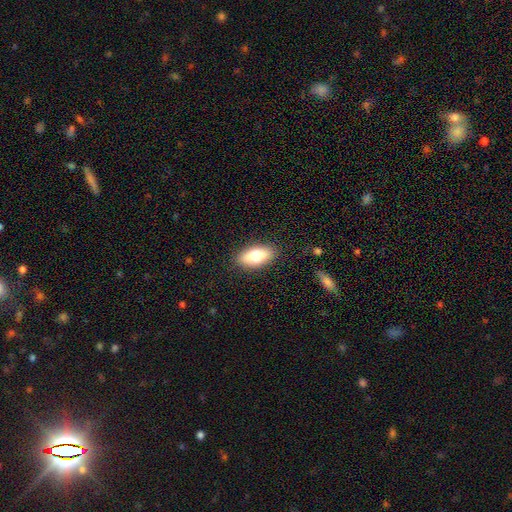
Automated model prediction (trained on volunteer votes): A smooth galaxy with no disk features (75%) that is in between round and cigar-shaped (86%).

Vote fractions:
- Smooth or featured? smooth: 75% / featured or disk: 18% / star or artifact: 7%
- How rounded? in between: 86% / cigar-shaped: 10% / round: 4%
- Merging? none: 88% / minor disturbance: 9% / major disturbance: 2% / merger: 1%